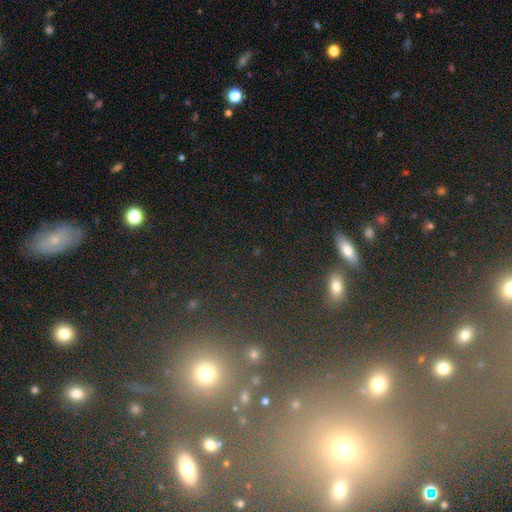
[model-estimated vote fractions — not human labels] Smooth or featured? Predicted: star or artifact (p=0.54).